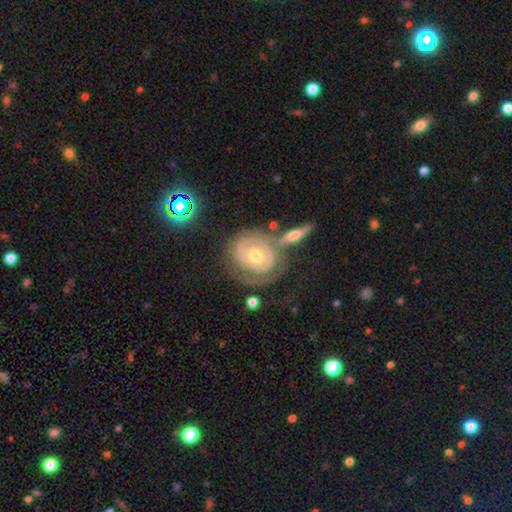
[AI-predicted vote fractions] smooth_or_featured: featured or disk (p=0.79) [alt: smooth p=0.15]
disk_edge_on: no (p=0.96) [alt: yes p=0.04]
bar: no (p=0.65) [alt: weak p=0.26]
has_spiral_arms: yes (p=0.79) [alt: no p=0.21]
spiral_winding: tight (p=0.75) [alt: medium p=0.19]
spiral_arm_count: 2 (p=0.42) [alt: can't tell p=0.31]
bulge_size: moderate (p=0.62) [alt: small p=0.32]
merging: none (p=0.55) [alt: minor disturbance p=0.18]